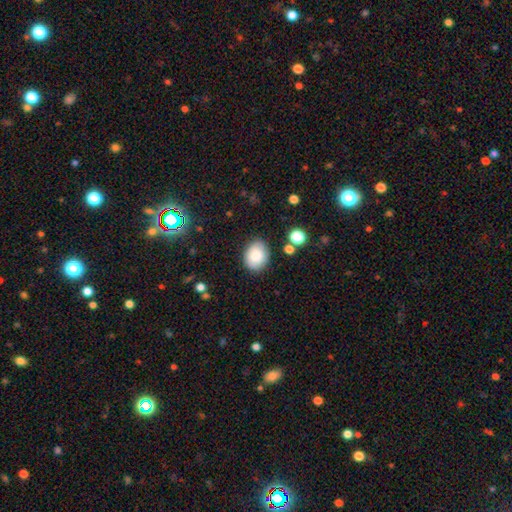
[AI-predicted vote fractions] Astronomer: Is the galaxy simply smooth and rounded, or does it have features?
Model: smooth — 83%.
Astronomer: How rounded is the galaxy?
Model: in between — 58% (runner-up: round, 41%).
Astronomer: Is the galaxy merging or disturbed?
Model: none — 83%.